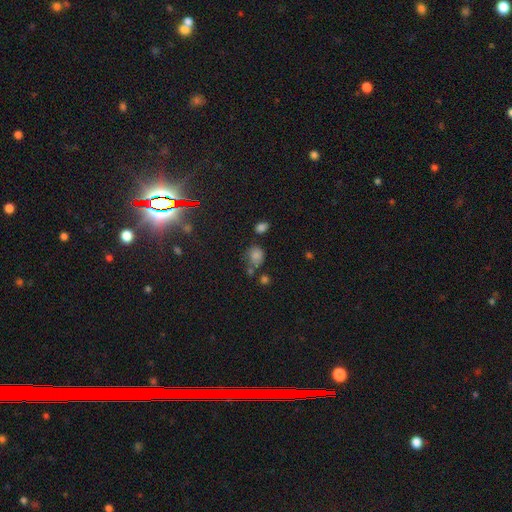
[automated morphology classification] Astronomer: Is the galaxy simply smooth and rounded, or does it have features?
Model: smooth — 55% (runner-up: star or artifact, 35%).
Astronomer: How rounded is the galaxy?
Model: round — 55% (runner-up: in between, 43%).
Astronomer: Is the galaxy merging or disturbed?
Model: none — 59%.